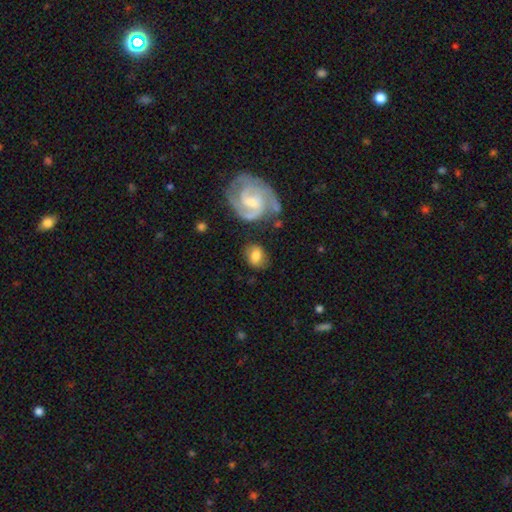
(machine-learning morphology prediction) Q: Smooth or featured?
A: smooth (61%); runner-up: featured or disk (32%)
Q: How rounded?
A: round (51%); runner-up: in between (48%)
Q: Merging?
A: none (70%); runner-up: minor disturbance (17%)